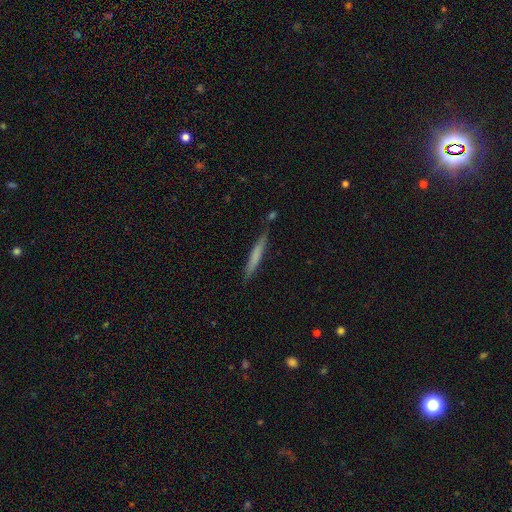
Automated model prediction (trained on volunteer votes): This appears to be a smooth galaxy with no disk features (66%) that is cigar-shaped (95%). Merging: none (83%).